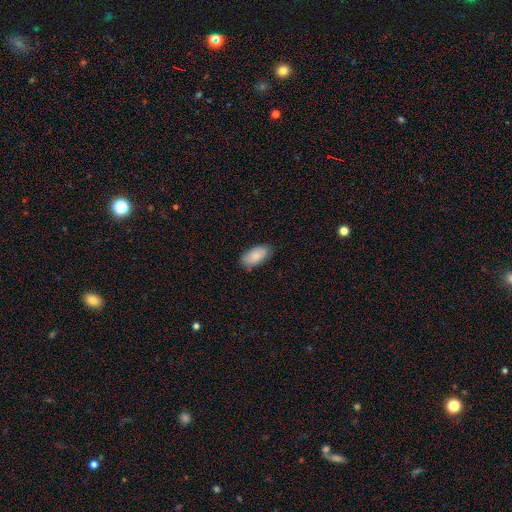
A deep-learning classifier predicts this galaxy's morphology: A smooth galaxy with no disk features (87%) that is in between round and cigar-shaped (94%).

Vote fractions:
- Smooth or featured? smooth: 87% / featured or disk: 7% / star or artifact: 6%
- How rounded? in between: 94% / cigar-shaped: 3% / round: 2%
- Merging? none: 80% / minor disturbance: 16% / major disturbance: 3% / merger: 1%